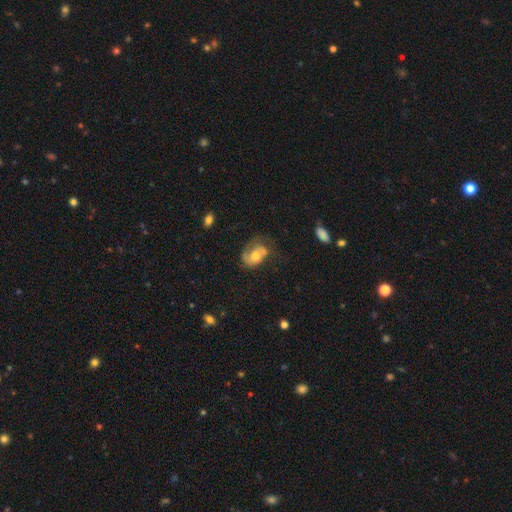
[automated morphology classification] Smooth or featured? Predicted: featured or disk (p=0.48). Merging? Predicted: none (p=0.35).